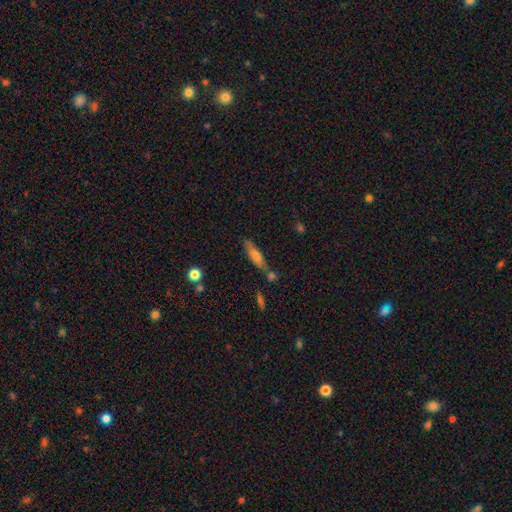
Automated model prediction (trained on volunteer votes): Smooth or featured: smooth — 55% (featured or disk — 37%)
How rounded: cigar-shaped — 71% (in between — 26%)
Merging: none — 62% (merger — 17%)